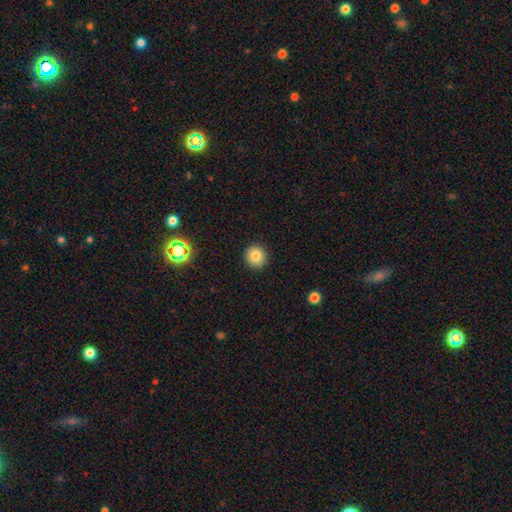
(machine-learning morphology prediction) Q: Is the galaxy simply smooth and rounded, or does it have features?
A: smooth — 81%.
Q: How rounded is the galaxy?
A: round — 92%.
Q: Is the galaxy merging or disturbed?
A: none — 92%.